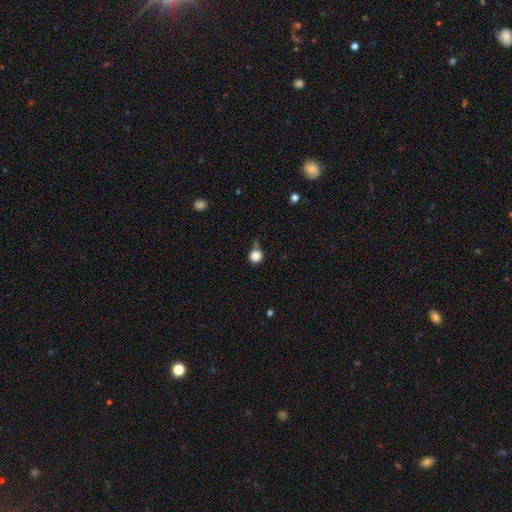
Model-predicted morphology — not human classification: type=smooth (85%); roundness=round (90%); merging=none (64%).